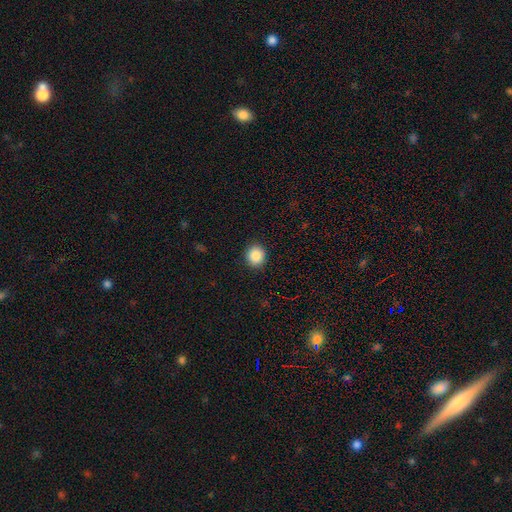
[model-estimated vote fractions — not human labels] Smooth or featured?
  - smooth: 88% *
  - star or artifact: 9%
  - featured or disk: 3%
How rounded?
  - round: 79% *
  - in between: 20%
  - cigar-shaped: 1%
Merging?
  - none: 91% *
  - minor disturbance: 6%
  - major disturbance: 2%
  - merger: 1%